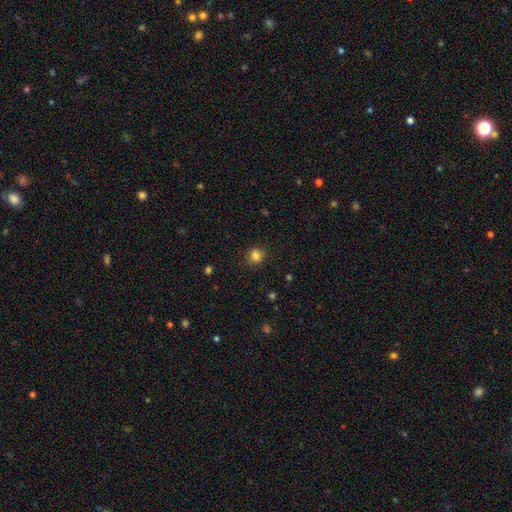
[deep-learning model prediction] Smooth or featured? Predicted: smooth (p=0.83). How rounded? Predicted: round (p=0.79). Merging? Predicted: none (p=0.86).